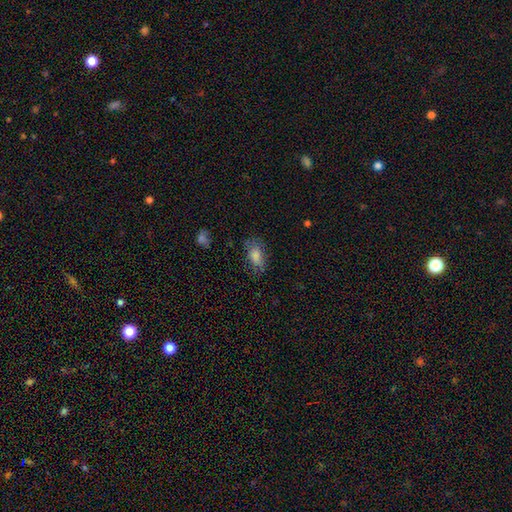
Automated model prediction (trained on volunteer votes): A smooth galaxy with no disk features (79%) that is in between round and cigar-shaped (88%). Merging: none (63%).